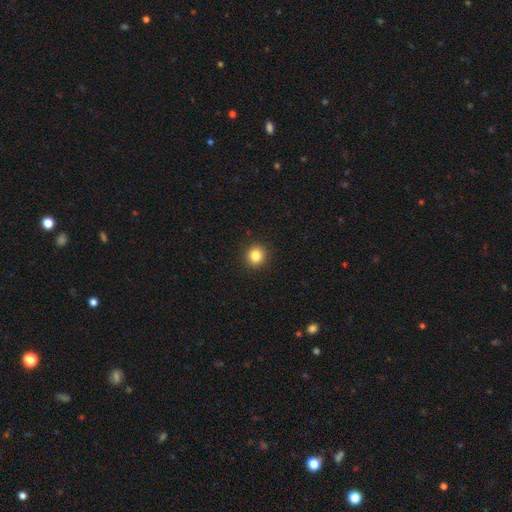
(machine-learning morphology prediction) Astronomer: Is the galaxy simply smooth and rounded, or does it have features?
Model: smooth — 84%.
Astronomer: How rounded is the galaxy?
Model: round — 90%.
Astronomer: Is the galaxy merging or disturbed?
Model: none — 93%.